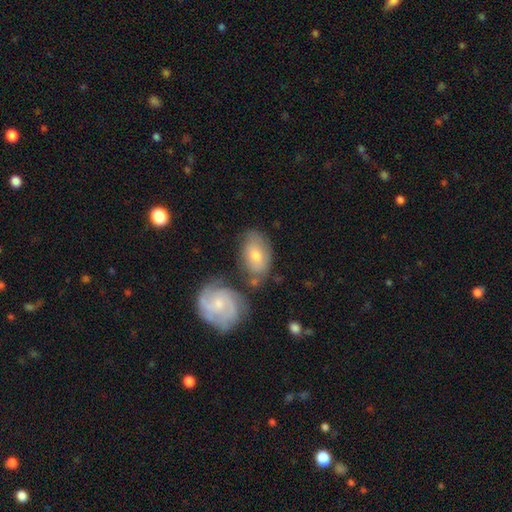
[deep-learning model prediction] Morphology: type=smooth (58%); roundness=in between (89%); merging=none (54%).